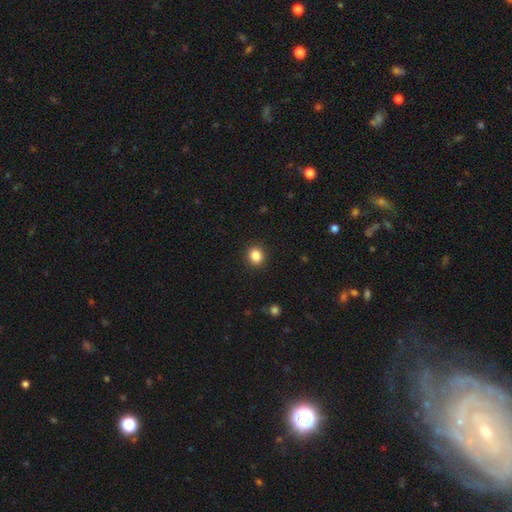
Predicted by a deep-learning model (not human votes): Smooth or featured? smooth (85%)
How rounded? round (81%)
Merging? none (92%)